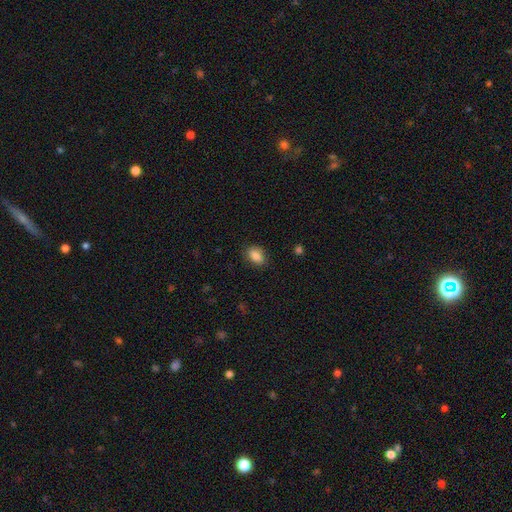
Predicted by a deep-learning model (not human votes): The model was most divided on "merging": none: 83%, minor disturbance: 13%, major disturbance: 3%, merger: 1%. More confident: smooth or featured — smooth (87%); how rounded — in between (87%).